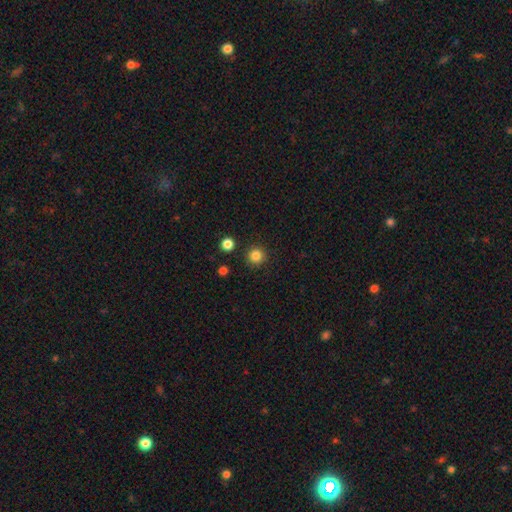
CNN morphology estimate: The model was most divided on "smooth or featured": smooth: 84%, star or artifact: 12%, featured or disk: 4%. More confident: how rounded — round (95%); merging — none (91%).